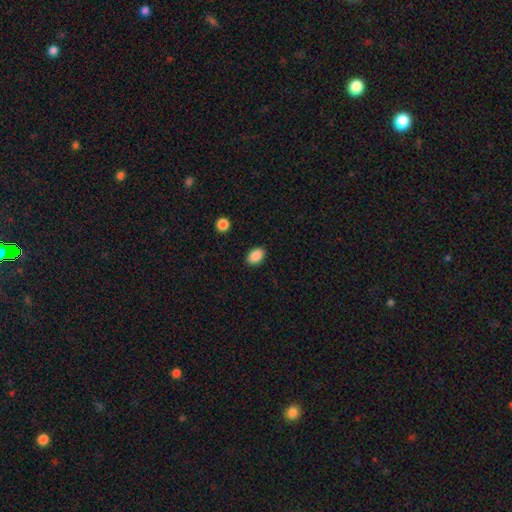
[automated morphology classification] smooth_or_featured: smooth (p=0.88) [alt: star or artifact p=0.08]
how_rounded: in between (p=0.87) [alt: round p=0.12]
merging: none (p=0.89) [alt: minor disturbance p=0.08]